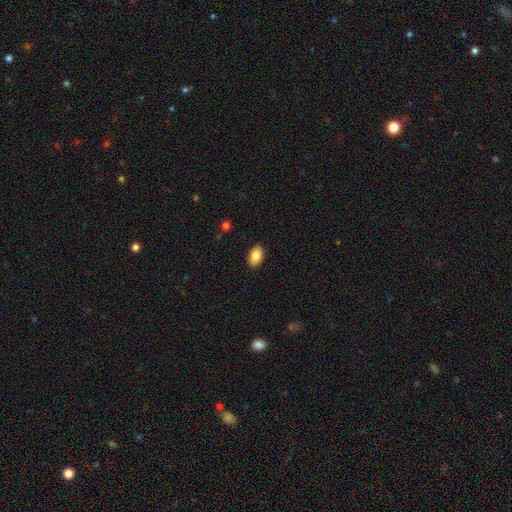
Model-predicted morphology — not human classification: Q: Smooth or featured?
A: smooth (86%); runner-up: star or artifact (7%)
Q: How rounded?
A: in between (92%); runner-up: round (6%)
Q: Merging?
A: none (89%); runner-up: minor disturbance (8%)